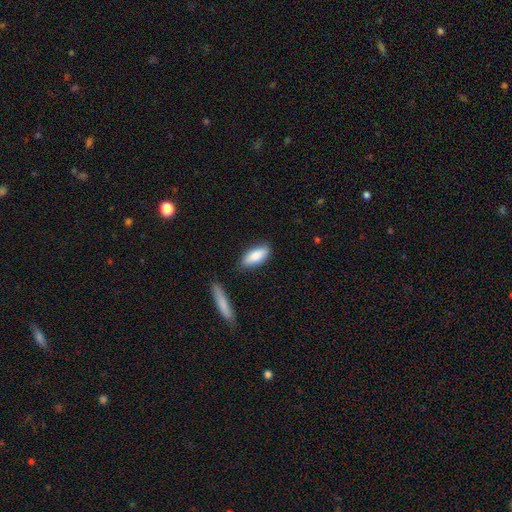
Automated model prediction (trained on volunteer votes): Q: Smooth or featured?
A: smooth (84%); runner-up: featured or disk (10%)
Q: How rounded?
A: in between (75%); runner-up: cigar-shaped (23%)
Q: Merging?
A: none (80%); runner-up: minor disturbance (13%)